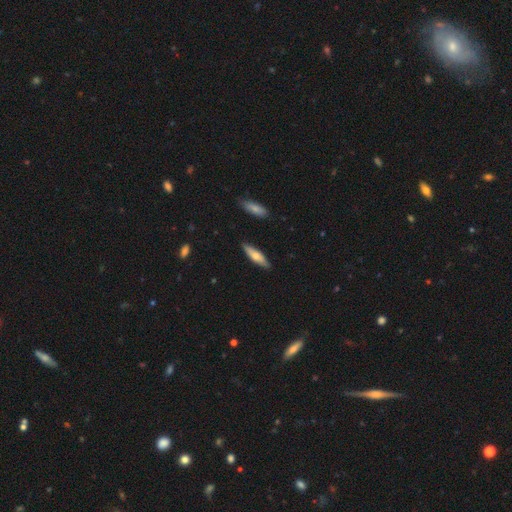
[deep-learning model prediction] Smooth or featured? Predicted: smooth (p=0.60). How rounded? Predicted: cigar-shaped (p=0.64). Merging? Predicted: none (p=0.87).